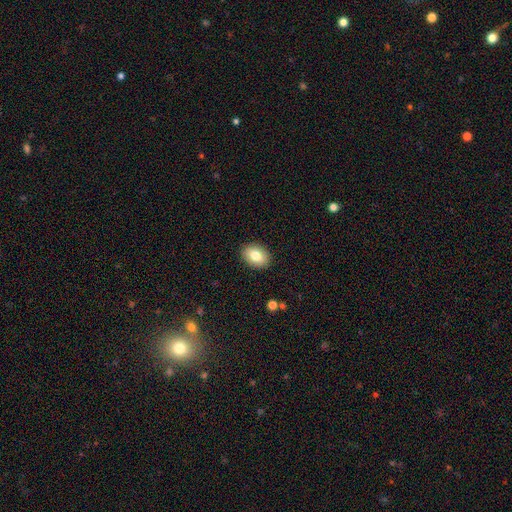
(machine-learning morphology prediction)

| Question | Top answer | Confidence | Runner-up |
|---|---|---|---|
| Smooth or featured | smooth | 81% | featured or disk (12%) |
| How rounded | in between | 77% | round (22%) |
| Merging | none | 90% | minor disturbance (8%) |